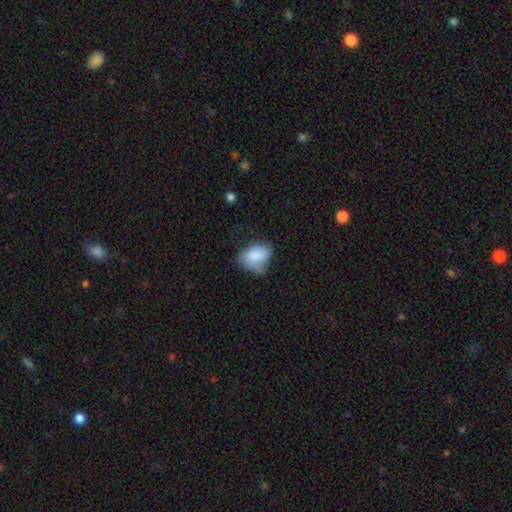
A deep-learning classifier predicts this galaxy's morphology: Smooth or featured? Predicted: smooth (p=0.82). How rounded? Predicted: in between (p=0.78). Merging? Predicted: minor disturbance (p=0.40).